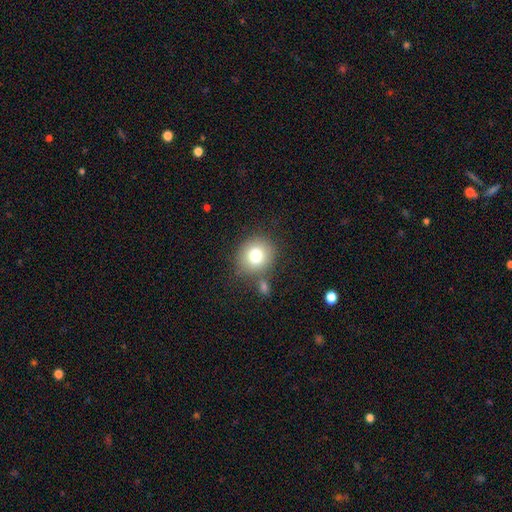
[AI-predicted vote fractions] The model was most divided on "merging": none: 72%, minor disturbance: 12%, merger: 11%, major disturbance: 4%. More confident: how rounded — round (84%); smooth or featured — smooth (77%).